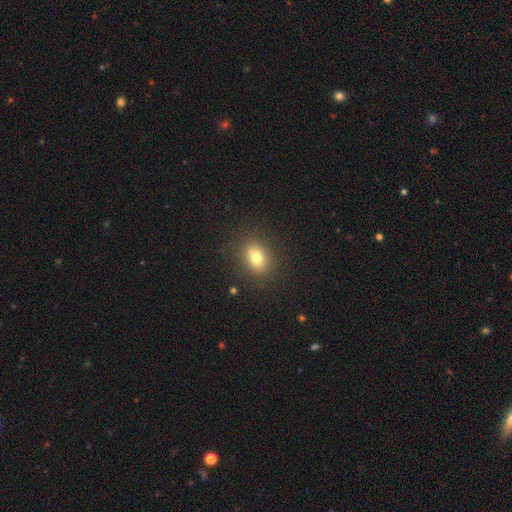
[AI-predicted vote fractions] Morphology: type=smooth (74%); roundness=in between (50%); merging=none (91%).